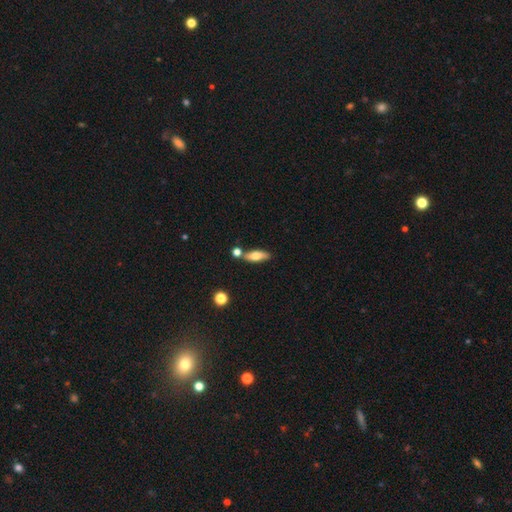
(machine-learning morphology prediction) Overall: smooth (67%). How rounded: in between (62%; cigar-shaped 35%). Merging: none (70%).